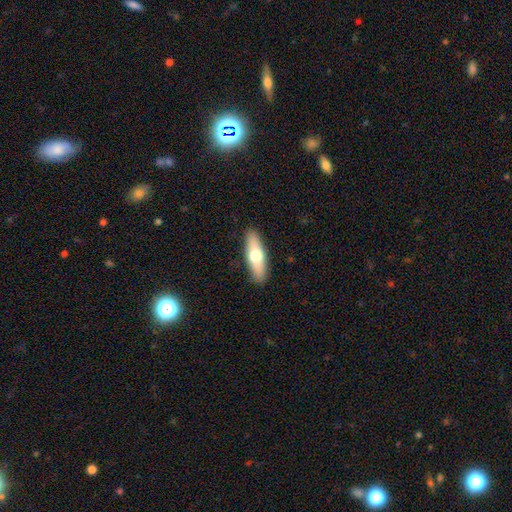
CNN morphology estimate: This is possibly a smooth galaxy (60%). How rounded: possibly cigar-shaped (52%). Merging: clearly none (89%).